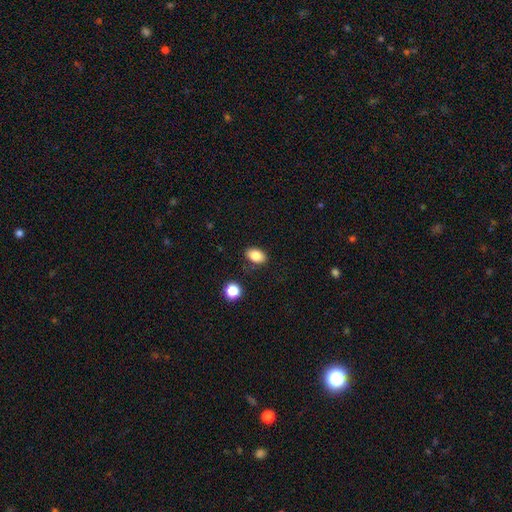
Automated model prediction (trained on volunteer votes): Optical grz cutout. It shows a smooth galaxy with no disk features (85%) that is in between round and cigar-shaped (84%). Merging: none (83%).